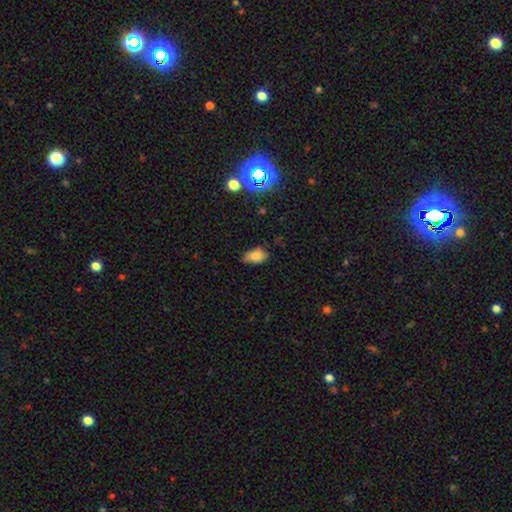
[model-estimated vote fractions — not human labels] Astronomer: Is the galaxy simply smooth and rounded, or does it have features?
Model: smooth — 79%.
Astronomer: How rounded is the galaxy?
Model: in between — 91%.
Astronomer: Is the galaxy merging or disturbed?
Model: none — 71%.